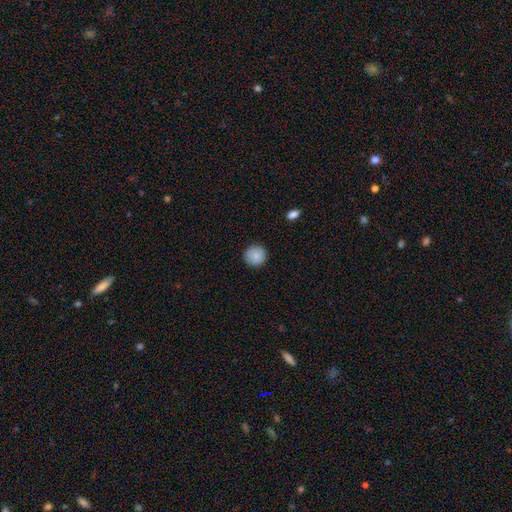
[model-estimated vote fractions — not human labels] The model was most divided on "smooth or featured": smooth: 88%, star or artifact: 7%, featured or disk: 5%. More confident: how rounded — round (95%); merging — none (90%).